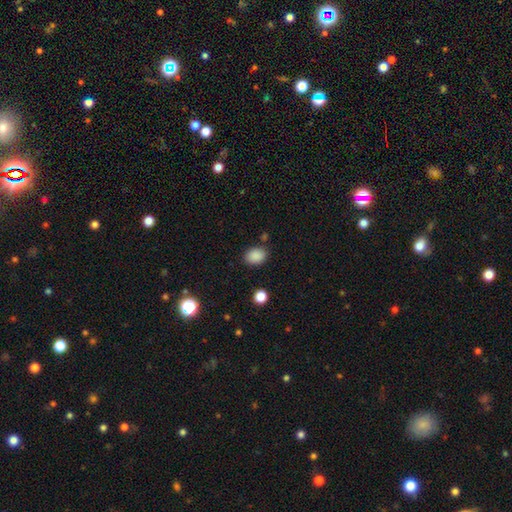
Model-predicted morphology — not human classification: This is clearly a smooth galaxy (88%). How rounded: likely in between (71%). Merging: clearly none (83%).